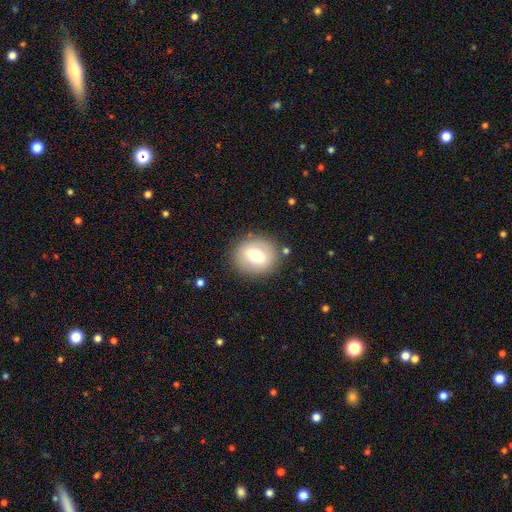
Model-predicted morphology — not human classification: smooth 64%, featured or disk 28%, star or artifact 9%. Down the decision tree: how rounded — round (76%); merging — none (83%).